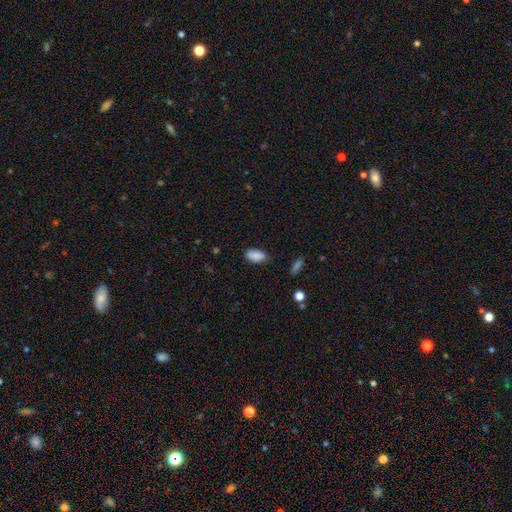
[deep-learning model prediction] This is clearly a smooth galaxy (88%). How rounded: clearly in between (93%). Merging: likely none (78%).